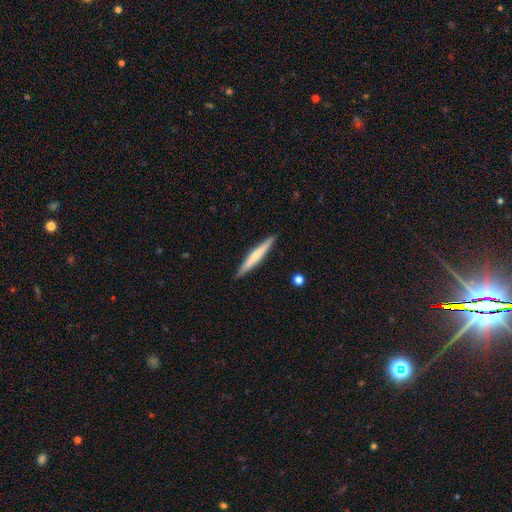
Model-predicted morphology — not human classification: Smooth or featured? Predicted: smooth (p=0.48). Merging? Predicted: none (p=0.91).